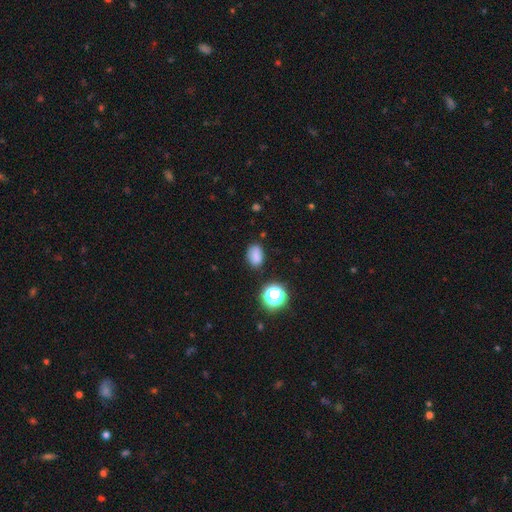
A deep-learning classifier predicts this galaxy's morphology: type=smooth (81%); roundness=in between (78%); merging=none (79%).